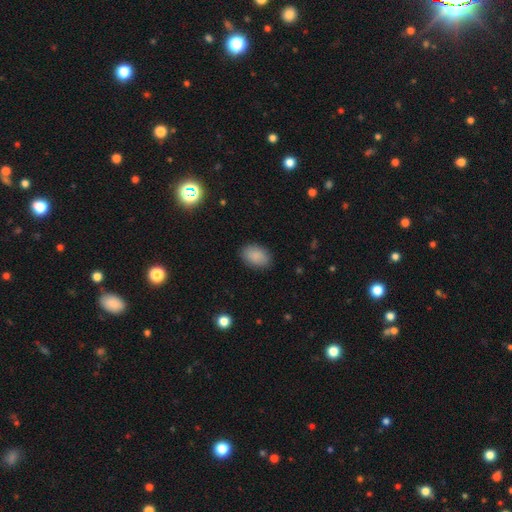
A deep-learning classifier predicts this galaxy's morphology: The model was most divided on "how rounded": in between: 86%, round: 13%, cigar-shaped: 1%. More confident: smooth or featured — smooth (88%); merging — none (87%).